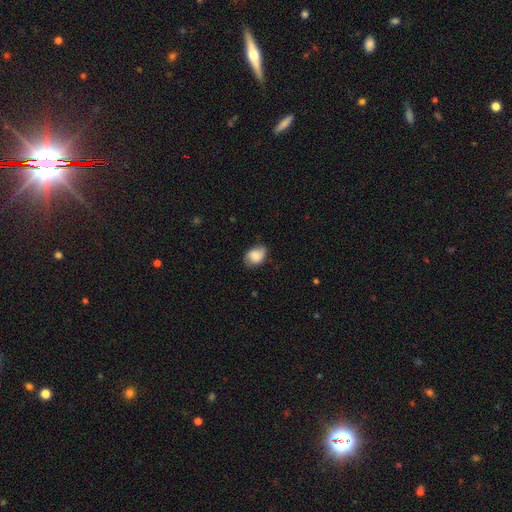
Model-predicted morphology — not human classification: A smooth galaxy with no disk features (66%) that is in between round and cigar-shaped (69%).

Vote fractions:
- Smooth or featured? smooth: 66% / featured or disk: 25% / star or artifact: 9%
- How rounded? in between: 69% / round: 30% / cigar-shaped: 1%
- Merging? none: 66% / minor disturbance: 26% / major disturbance: 6% / merger: 1%